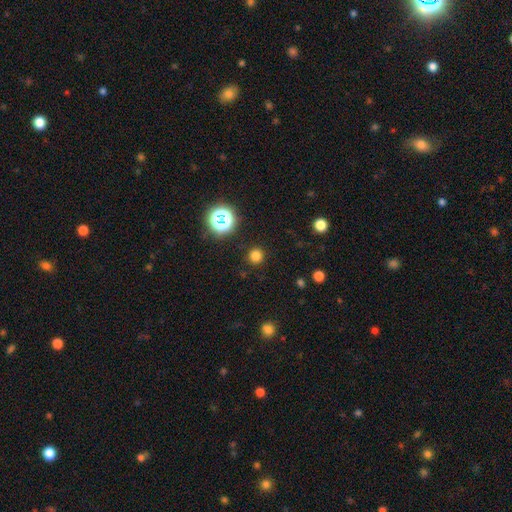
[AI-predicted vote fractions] A smooth galaxy with no disk features (74%) that is round (94%). Merging: none (90%).